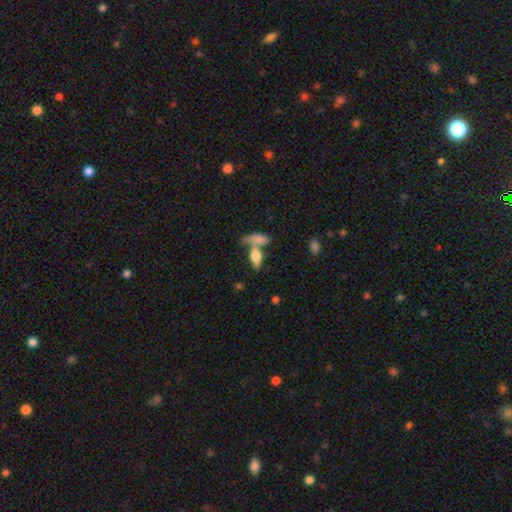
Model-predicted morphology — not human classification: A smooth galaxy with no disk features (74%) that is in between round and cigar-shaped (79%).

Vote fractions:
- Smooth or featured? smooth: 74% / featured or disk: 18% / star or artifact: 8%
- How rounded? in between: 79% / cigar-shaped: 17% / round: 4%
- Merging? merger: 44% / none: 40% / minor disturbance: 10% / major disturbance: 5%